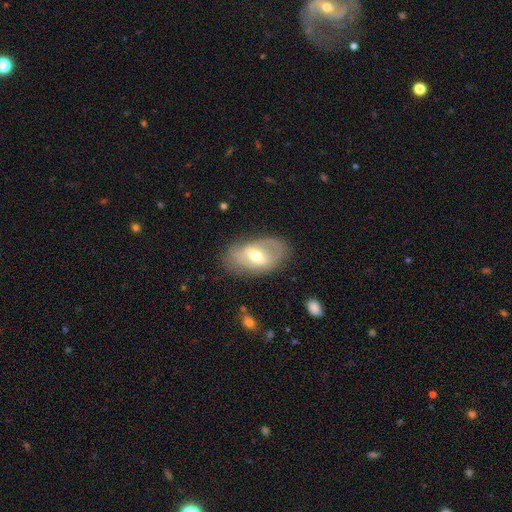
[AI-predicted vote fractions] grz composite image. It shows a featured or disk galaxy (61%) with a weak bar (44%), spiral arms (55%) and a moderate central bulge (65%). Merging: none (74%).